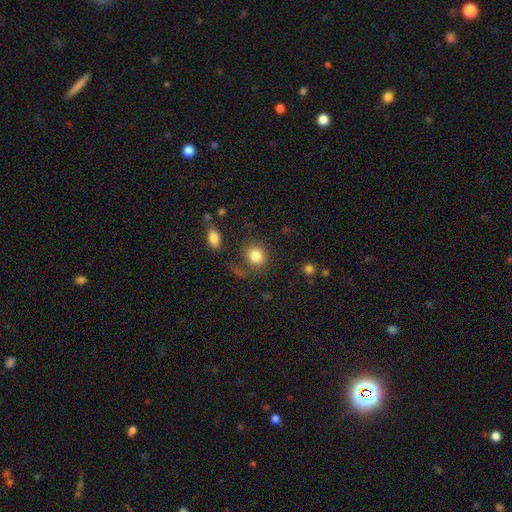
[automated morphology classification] Smooth or featured: smooth — 83% (star or artifact — 9%)
How rounded: round — 73% (in between — 26%)
Merging: none — 64% (minor disturbance — 17%)